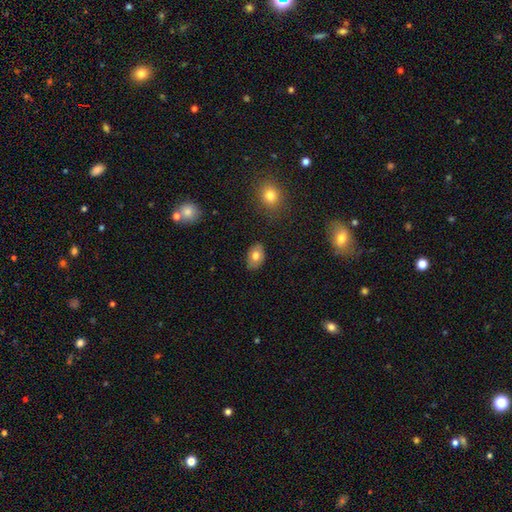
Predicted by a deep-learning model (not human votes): This is likely a smooth galaxy (74%). How rounded: clearly in between (85%). Merging: clearly none (83%).